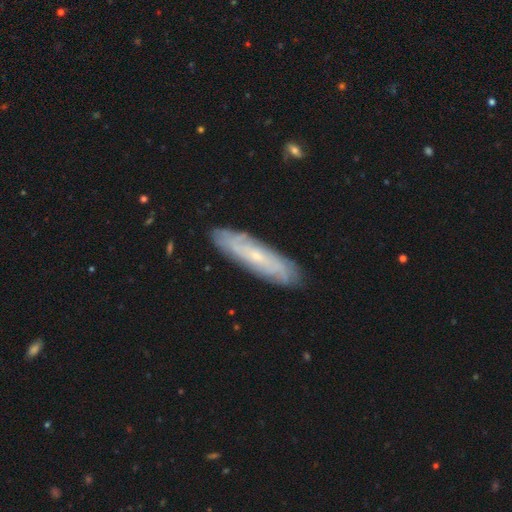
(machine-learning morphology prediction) Overall: featured or disk (67%). Edge-on disk: no (67%; yes 33%). Merging: none (87%).